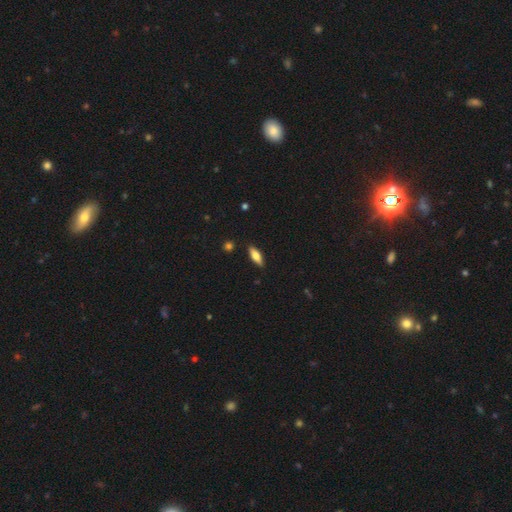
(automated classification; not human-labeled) Smooth or featured: smooth — 66% (featured or disk — 27%)
How rounded: in between — 63% (cigar-shaped — 35%)
Merging: none — 88% (minor disturbance — 9%)